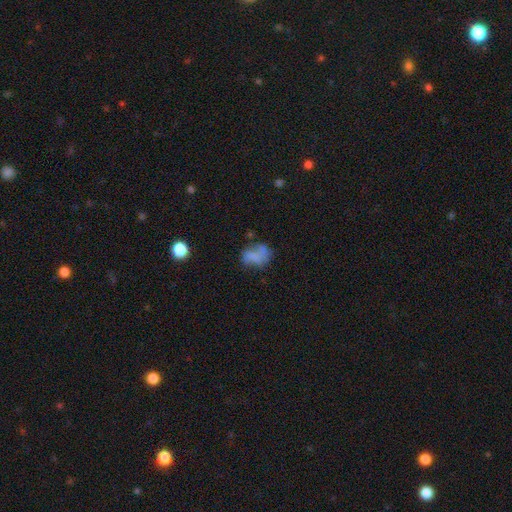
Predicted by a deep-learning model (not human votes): Morphology: type=smooth (53%); roundness=in between (69%); merging=none (41%).